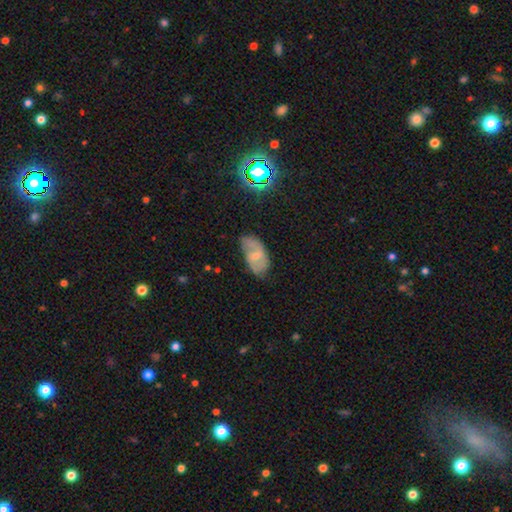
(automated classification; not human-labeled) smooth_or_featured: featured or disk (p=0.47) [alt: smooth p=0.43]
merging: none (p=0.53) [alt: minor disturbance p=0.33]